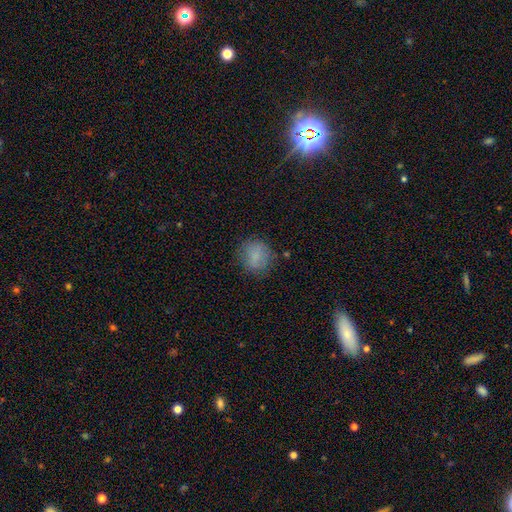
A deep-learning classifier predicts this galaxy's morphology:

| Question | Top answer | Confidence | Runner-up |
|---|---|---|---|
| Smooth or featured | smooth | 80% | featured or disk (10%) |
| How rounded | round | 77% | in between (22%) |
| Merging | none | 75% | minor disturbance (17%) |